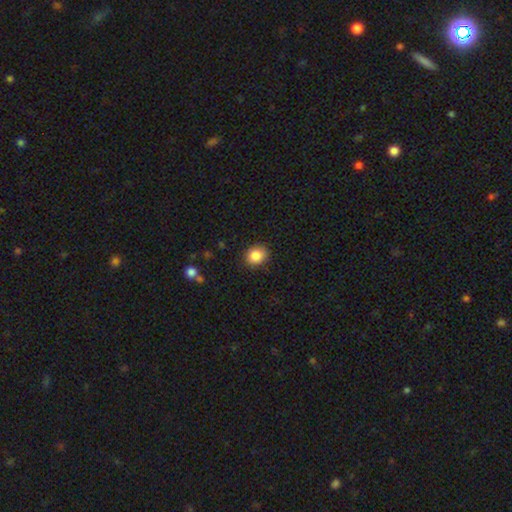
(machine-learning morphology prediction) type=smooth (86%); roundness=round (69%); merging=none (87%).